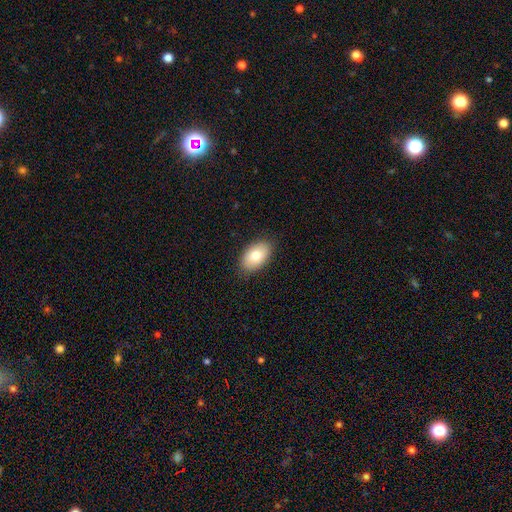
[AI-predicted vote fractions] Overall: smooth (79%). How rounded: in between (92%). Merging: none (87%).